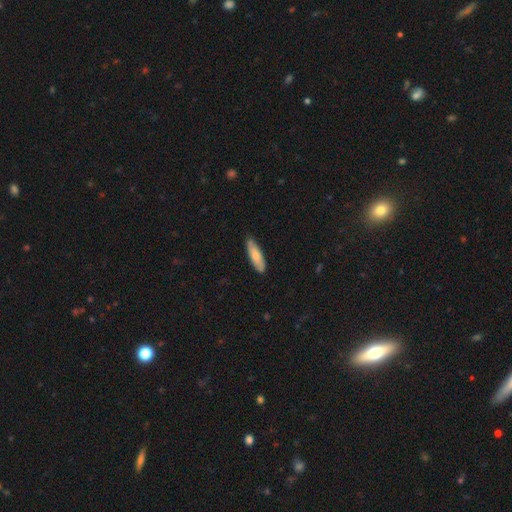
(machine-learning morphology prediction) Smooth or featured?
  - smooth: 74% *
  - featured or disk: 21%
  - star or artifact: 5%
How rounded?
  - cigar-shaped: 58% *
  - in between: 40%
  - round: 2%
Merging?
  - none: 82% *
  - minor disturbance: 15%
  - major disturbance: 2%
  - merger: 1%